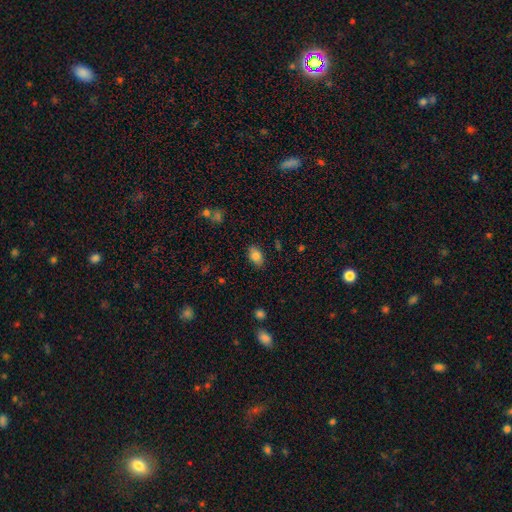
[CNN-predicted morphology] The model was most divided on "merging": none: 83%, minor disturbance: 13%, major disturbance: 3%, merger: 1%. More confident: how rounded — in between (86%); smooth or featured — smooth (83%).